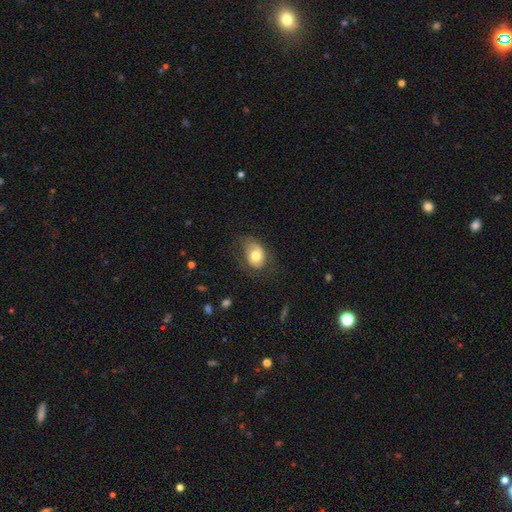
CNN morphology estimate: Smooth or featured: smooth — 61% (featured or disk — 31%)
How rounded: in between — 71% (round — 28%)
Merging: none — 60% (minor disturbance — 25%)